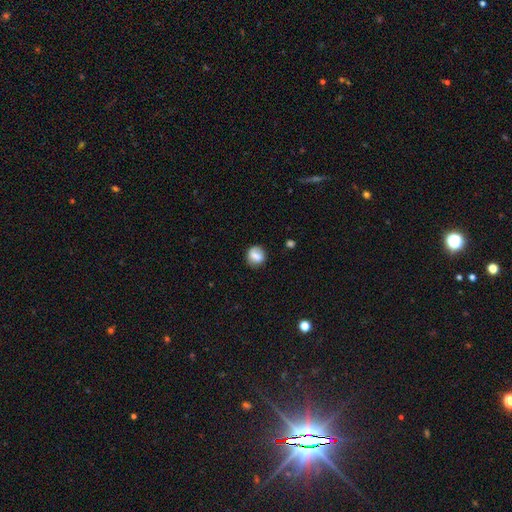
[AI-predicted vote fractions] Morphology: type=smooth (75%); roundness=round (74%); merging=none (73%).